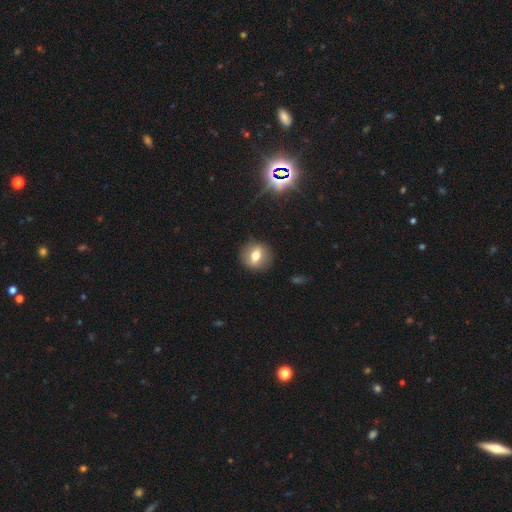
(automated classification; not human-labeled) smooth-or-featured: smooth: 59% | featured or disk: 29% | star or artifact: 12%
  how-rounded: round: 65% | in between: 32% | cigar-shaped: 3%
  merging: none: 88% | minor disturbance: 8% | major disturbance: 3% | merger: 1%